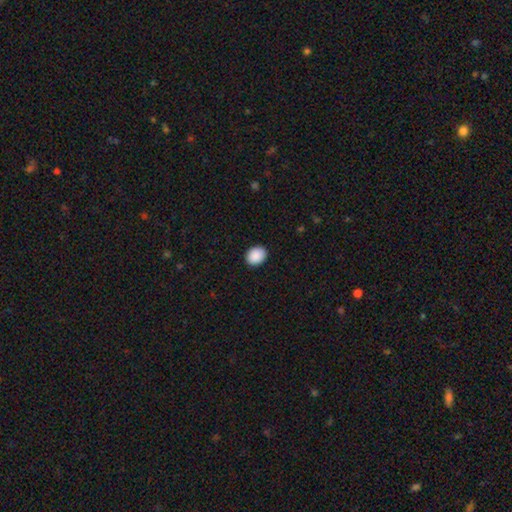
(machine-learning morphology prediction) smooth-or-featured: smooth: 90% | star or artifact: 7% | featured or disk: 2%
  how-rounded: in between: 50% | round: 49% | cigar-shaped: 1%
  merging: none: 91% | minor disturbance: 6% | major disturbance: 2% | merger: 1%